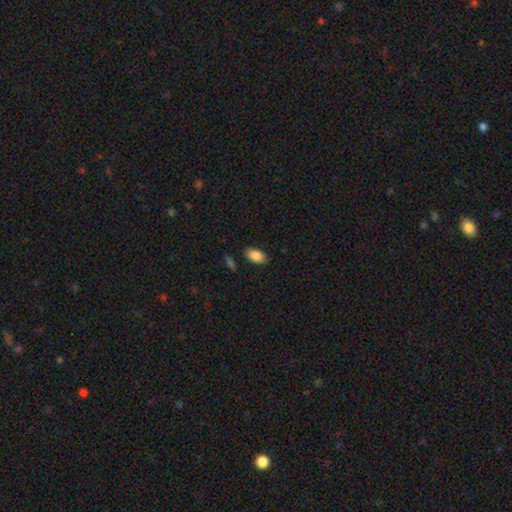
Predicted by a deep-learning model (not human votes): Smooth or featured? Predicted: smooth (p=0.87). How rounded? Predicted: in between (p=0.94). Merging? Predicted: none (p=0.86).